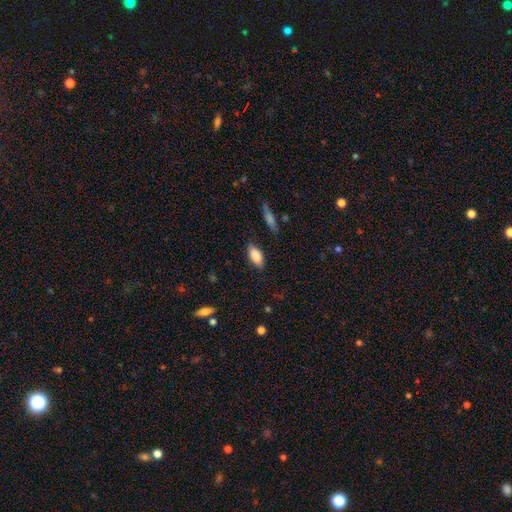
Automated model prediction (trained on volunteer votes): Smooth or featured: smooth — 84% (featured or disk — 9%)
How rounded: in between — 88% (cigar-shaped — 9%)
Merging: none — 80% (minor disturbance — 15%)